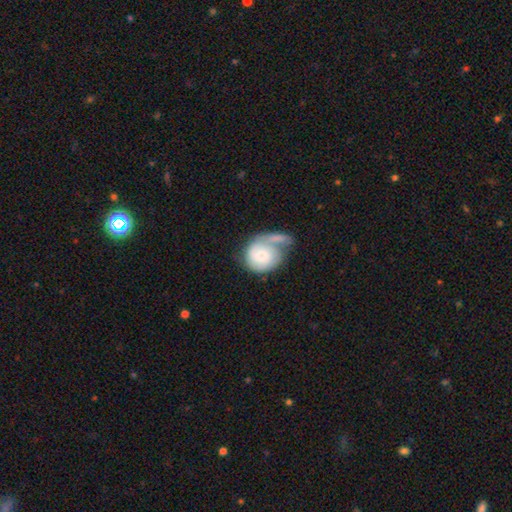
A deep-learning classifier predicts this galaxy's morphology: This is possibly a smooth galaxy (54%). How rounded: likely round (77%). Merging: marginally merger (41%).